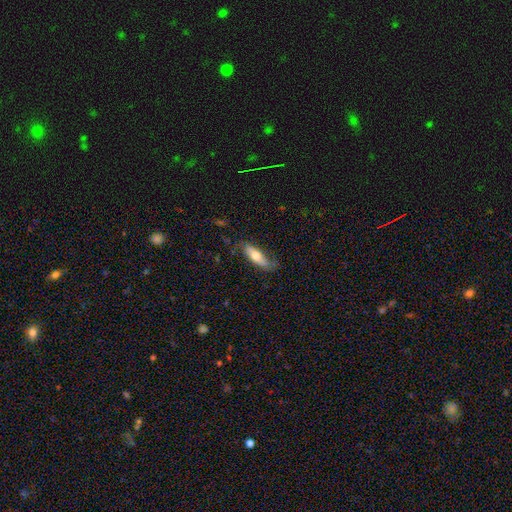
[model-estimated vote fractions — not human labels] smooth 55%, featured or disk 39%, star or artifact 6%. Down the decision tree: how rounded — in between (55%); merging — none (68%).